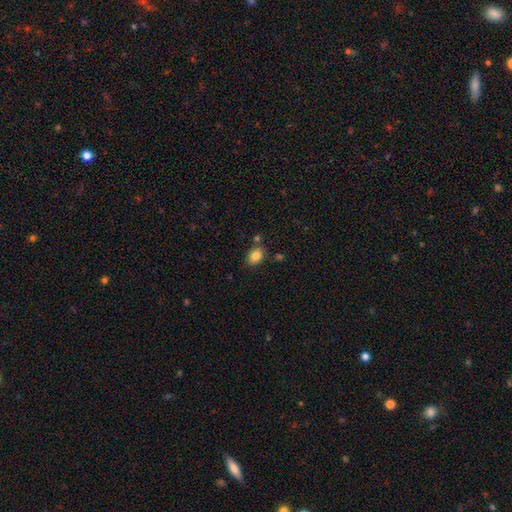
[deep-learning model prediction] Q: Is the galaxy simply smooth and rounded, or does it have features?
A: smooth — 84%.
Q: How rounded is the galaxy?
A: in between — 69%.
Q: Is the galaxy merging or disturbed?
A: none — 76%.